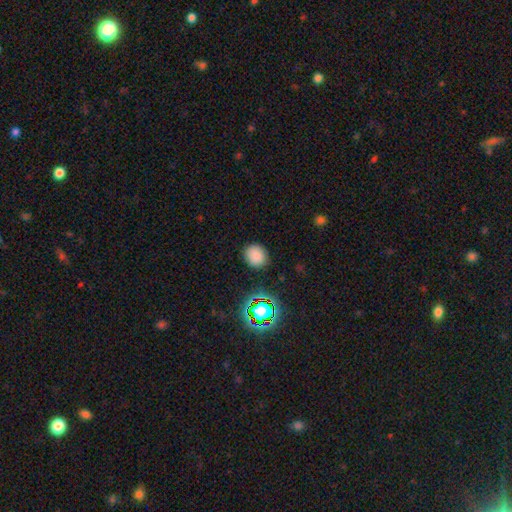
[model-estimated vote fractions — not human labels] Smooth or featured? Predicted: smooth (p=0.80). How rounded? Predicted: round (p=0.72). Merging? Predicted: none (p=0.86).